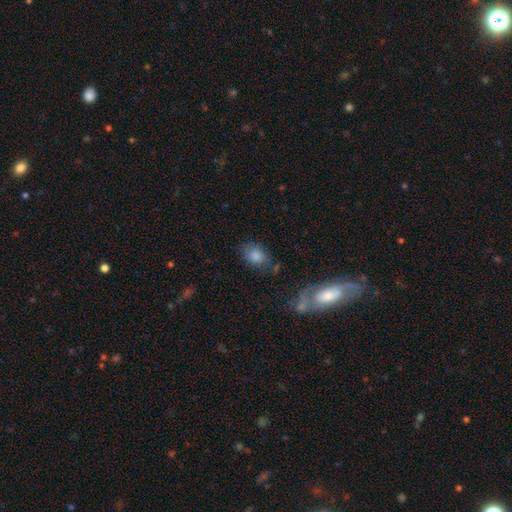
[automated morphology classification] This is clearly a smooth galaxy (82%). How rounded: likely in between (74%). Merging: likely none (66%).